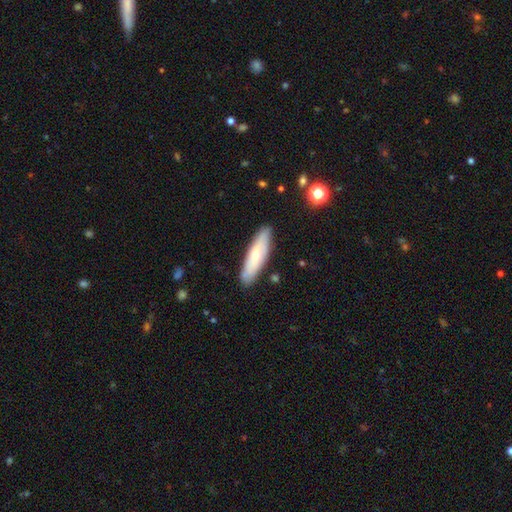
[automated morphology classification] Smooth or featured? smooth (66%)
How rounded? cigar-shaped (70%)
Merging? none (87%)